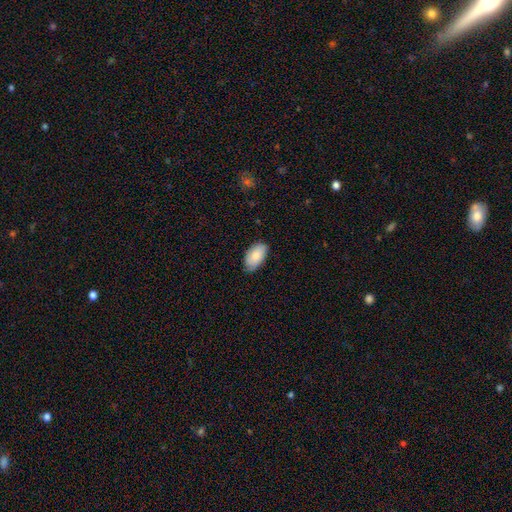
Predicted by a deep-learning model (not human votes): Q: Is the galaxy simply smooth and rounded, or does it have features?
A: smooth — 79%.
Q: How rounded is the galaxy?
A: in between — 95%.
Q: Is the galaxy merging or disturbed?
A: none — 77%.